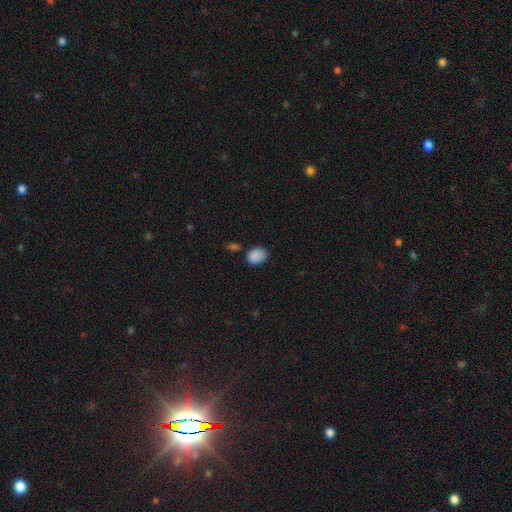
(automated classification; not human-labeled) Smooth or featured?
  - smooth: 88% *
  - star or artifact: 8%
  - featured or disk: 3%
How rounded?
  - in between: 63% *
  - round: 36%
  - cigar-shaped: 1%
Merging?
  - none: 71% *
  - minor disturbance: 19%
  - merger: 6%
  - major disturbance: 4%